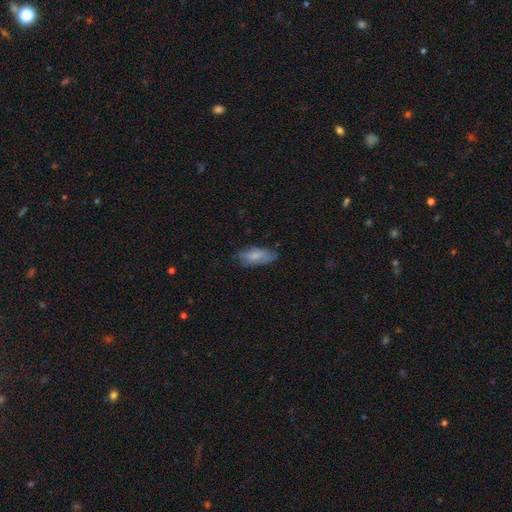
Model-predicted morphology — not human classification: This appears to be a smooth galaxy with no disk features (69%) that is in between round and cigar-shaped (81%). Merging: none (60%).